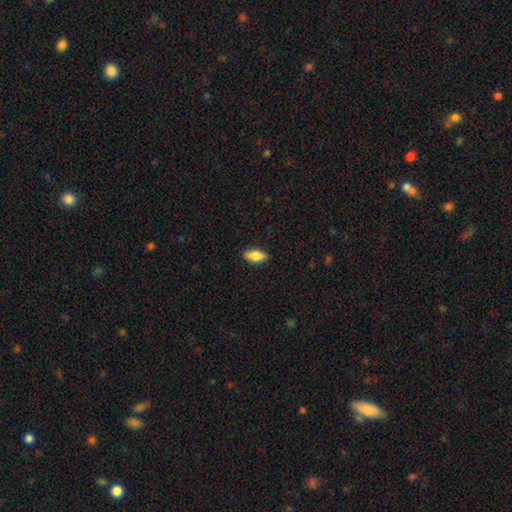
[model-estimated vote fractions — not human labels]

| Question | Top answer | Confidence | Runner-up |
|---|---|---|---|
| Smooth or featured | smooth | 79% | featured or disk (14%) |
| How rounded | in between | 83% | cigar-shaped (14%) |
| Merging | none | 88% | minor disturbance (9%) |